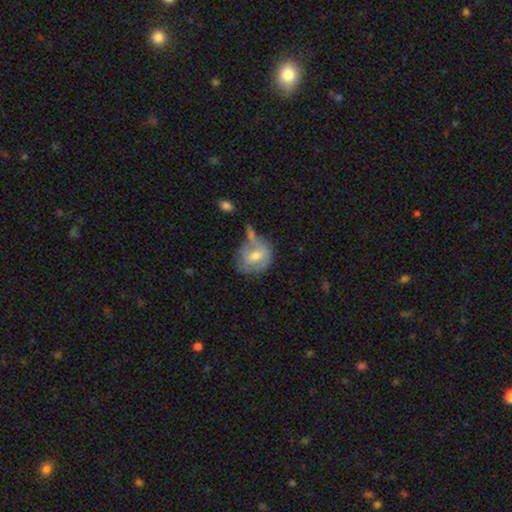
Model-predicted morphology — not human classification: A smooth galaxy with no disk features (52%) that is round (63%). Merging: none (44%).